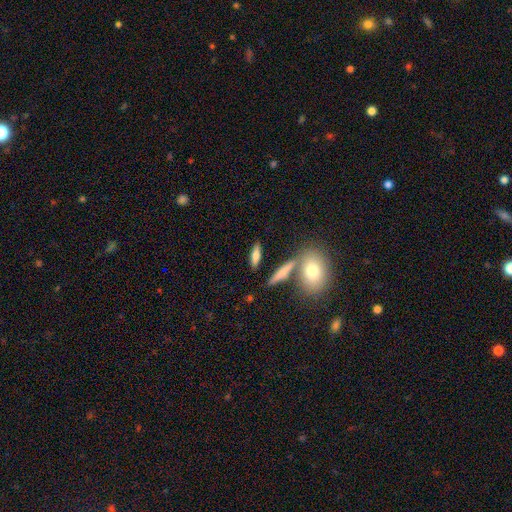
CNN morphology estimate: Overall: smooth (72%). How rounded: cigar-shaped (58%; in between 38%). Merging: none (74%).